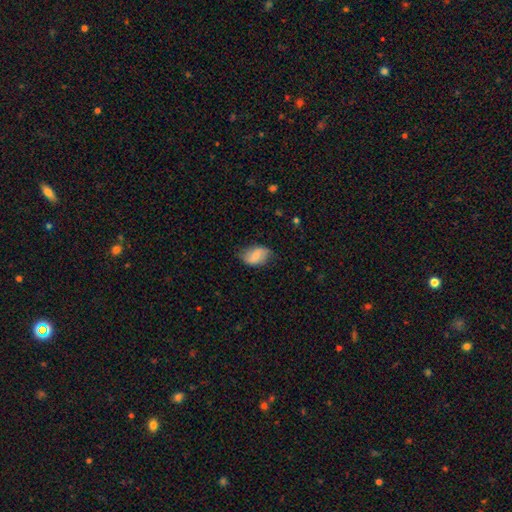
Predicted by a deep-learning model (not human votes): smooth 61%, featured or disk 31%, star or artifact 8%. Down the decision tree: how rounded — in between (87%); merging — none (69%).